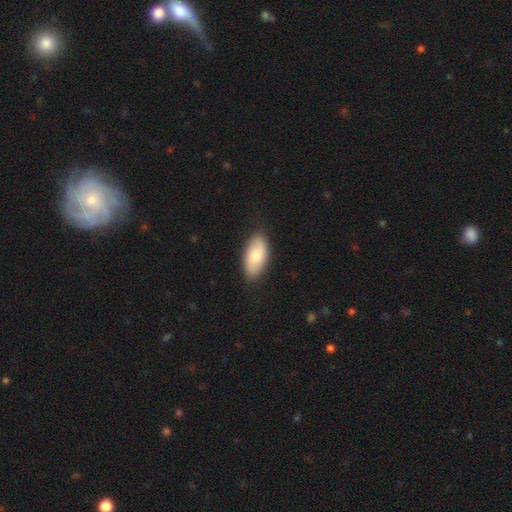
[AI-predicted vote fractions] Overall: smooth (77%). How rounded: in between (94%). Merging: none (85%).